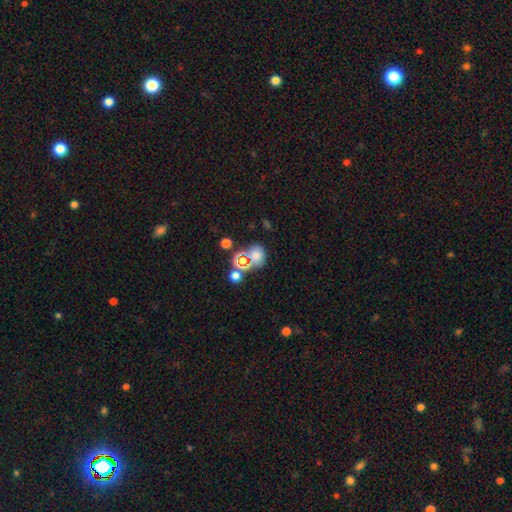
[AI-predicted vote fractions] A smooth galaxy with no disk features (66%) that is round (64%).

Vote fractions:
- Smooth or featured? smooth: 66% / star or artifact: 24% / featured or disk: 9%
- How rounded? round: 64% / in between: 35% / cigar-shaped: 1%
- Merging? none: 57% / merger: 24% / minor disturbance: 13% / major disturbance: 6%